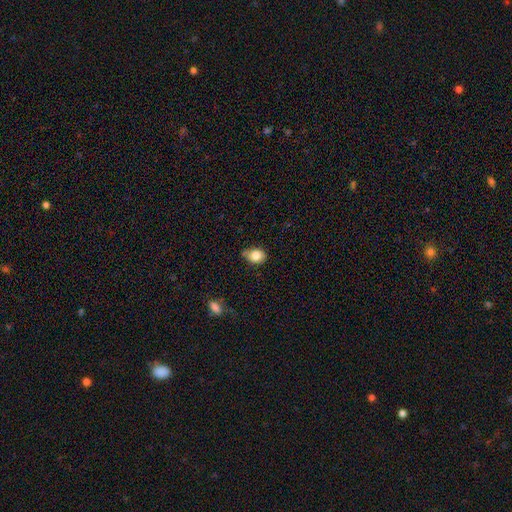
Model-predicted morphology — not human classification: Smooth or featured?
  - smooth: 82% *
  - star or artifact: 9%
  - featured or disk: 9%
How rounded?
  - in between: 56% *
  - round: 43%
  - cigar-shaped: 1%
Merging?
  - none: 57% *
  - minor disturbance: 34%
  - major disturbance: 6%
  - merger: 4%